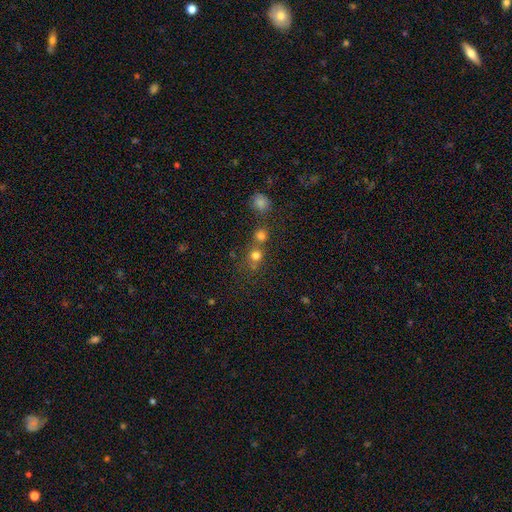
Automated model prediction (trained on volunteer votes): Smooth or featured?
  - smooth: 73% *
  - star or artifact: 19%
  - featured or disk: 8%
How rounded?
  - round: 88% *
  - in between: 11%
  - cigar-shaped: 1%
Merging?
  - none: 57% *
  - merger: 32%
  - minor disturbance: 7%
  - major disturbance: 4%